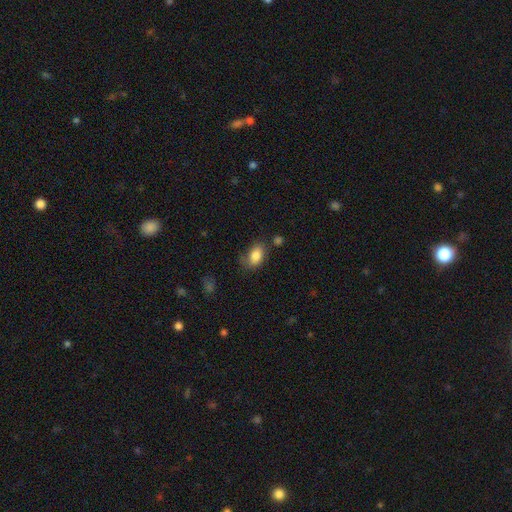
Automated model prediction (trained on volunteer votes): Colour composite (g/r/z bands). It shows a smooth galaxy with no disk features (85%) that is in between round and cigar-shaped (87%). Merging: none (65%).